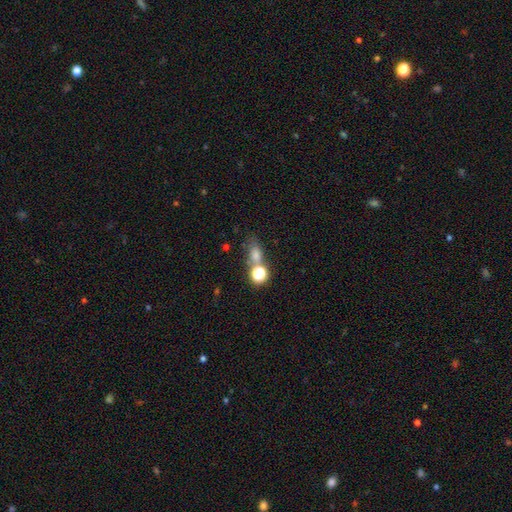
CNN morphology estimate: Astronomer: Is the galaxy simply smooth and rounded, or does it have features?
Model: smooth — 60%.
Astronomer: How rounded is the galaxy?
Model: in between — 53% (runner-up: round, 40%).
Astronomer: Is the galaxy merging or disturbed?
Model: none — 52% (runner-up: merger, 30%).